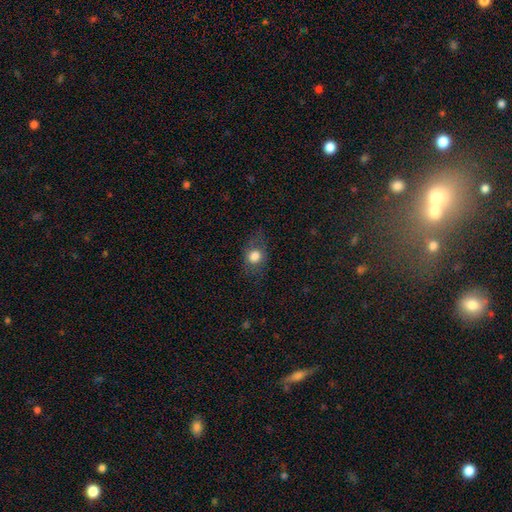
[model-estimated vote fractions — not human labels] A smooth galaxy with no disk features (76%) that is round (53%).

Vote fractions:
- Smooth or featured? smooth: 76% / featured or disk: 14% / star or artifact: 10%
- How rounded? round: 53% / in between: 45% / cigar-shaped: 2%
- Merging? none: 71% / minor disturbance: 18% / major disturbance: 9% / merger: 1%